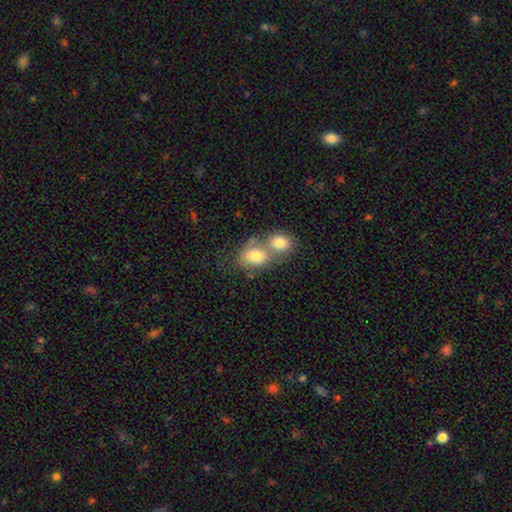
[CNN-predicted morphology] Smooth or featured? Predicted: smooth (p=0.76). How rounded? Predicted: in between (p=0.62). Merging? Predicted: merger (p=0.63).